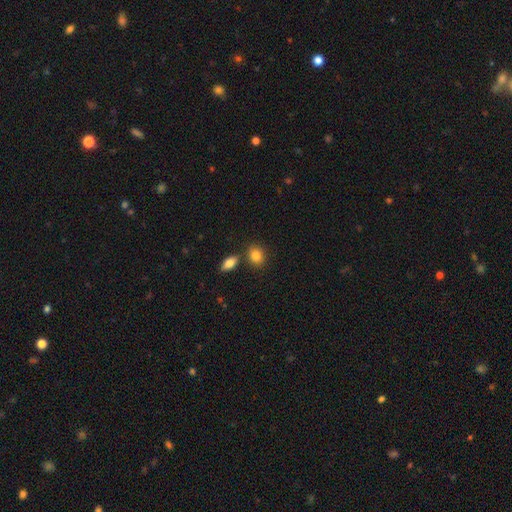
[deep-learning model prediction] Smooth or featured? smooth (84%)
How rounded? in between (50%)
Merging? none (72%)